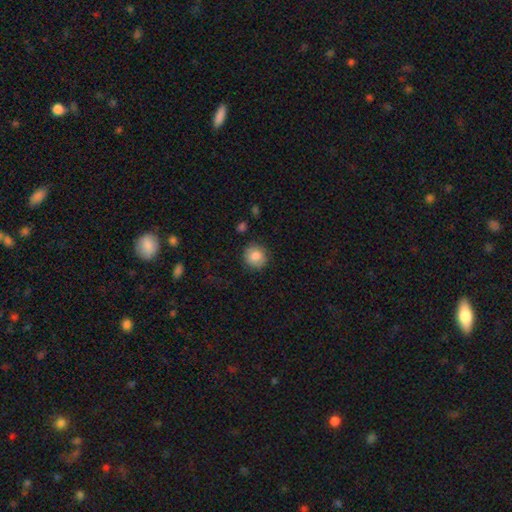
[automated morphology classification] A smooth galaxy with no disk features (81%) that is round (85%).

Vote fractions:
- Smooth or featured? smooth: 81% / featured or disk: 11% / star or artifact: 8%
- How rounded? round: 85% / in between: 14% / cigar-shaped: 1%
- Merging? none: 84% / minor disturbance: 11% / major disturbance: 3% / merger: 1%